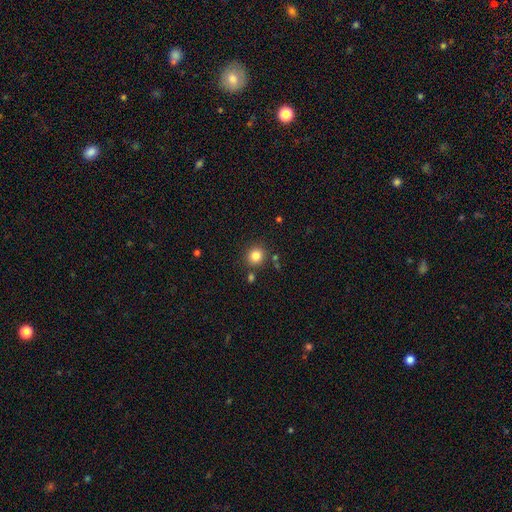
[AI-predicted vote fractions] The model was most divided on "smooth or featured": smooth: 83%, star or artifact: 12%, featured or disk: 6%. More confident: how rounded — round (87%); merging — none (84%).